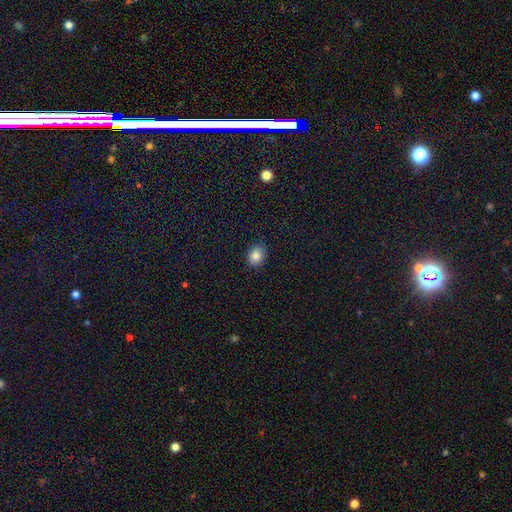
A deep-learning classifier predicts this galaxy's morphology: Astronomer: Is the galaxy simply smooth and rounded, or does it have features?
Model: smooth — 85%.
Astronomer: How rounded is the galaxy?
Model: in between — 59% (runner-up: round, 40%).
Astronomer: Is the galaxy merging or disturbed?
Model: none — 89%.